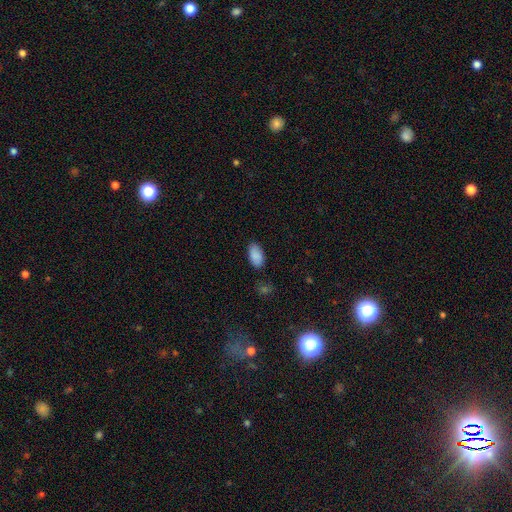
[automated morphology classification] Smooth or featured? smooth (89%)
How rounded? in between (95%)
Merging? none (83%)